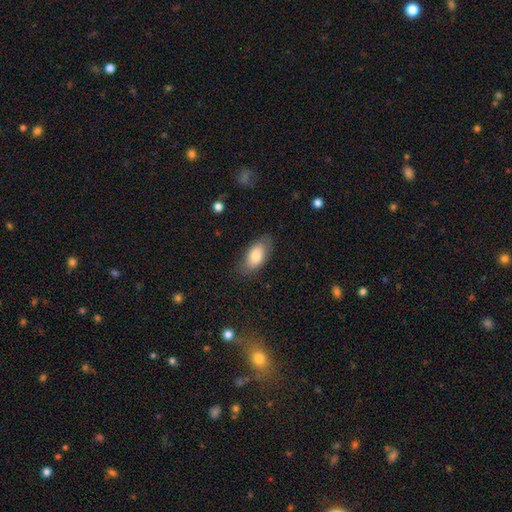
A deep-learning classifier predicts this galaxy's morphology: The model was most divided on "merging": none: 76%, minor disturbance: 18%, major disturbance: 5%, merger: 1%. More confident: how rounded — in between (92%); smooth or featured — smooth (81%).